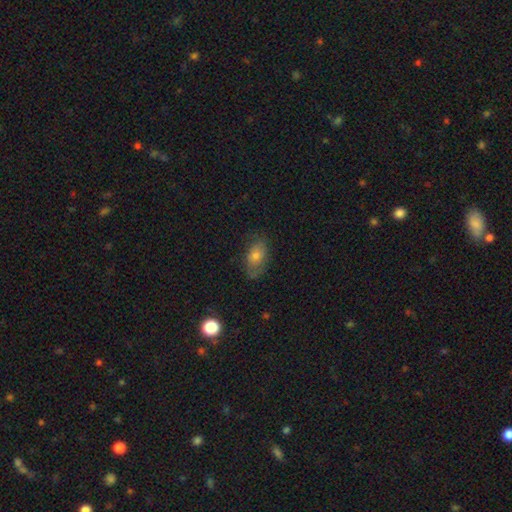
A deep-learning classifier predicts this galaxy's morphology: This appears to be a smooth galaxy with no disk features (61%) that is in between round and cigar-shaped (86%). Merging: none (68%).